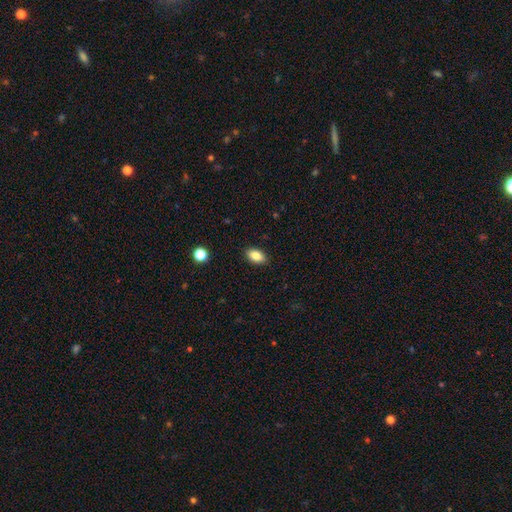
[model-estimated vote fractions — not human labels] Overall: smooth (85%). How rounded: in between (90%). Merging: none (89%).